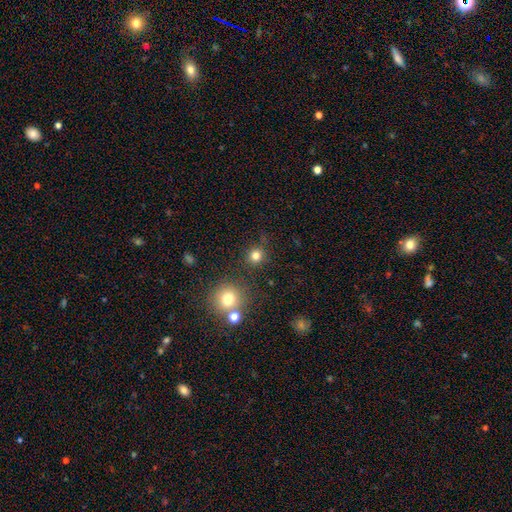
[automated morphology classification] type=smooth (80%); roundness=round (92%); merging=none (84%).